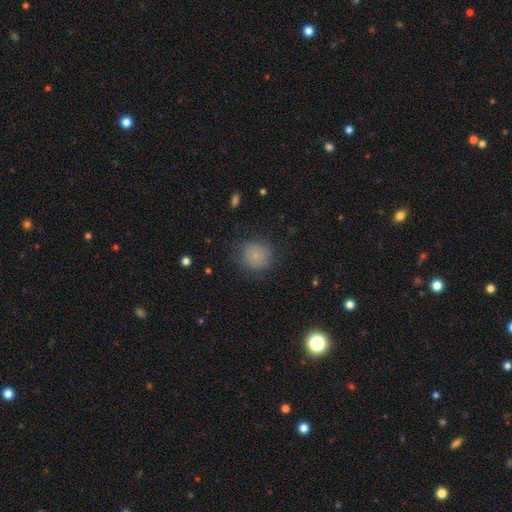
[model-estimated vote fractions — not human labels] This appears to be a smooth galaxy with no disk features (80%) that is round (90%). Merging: none (78%).